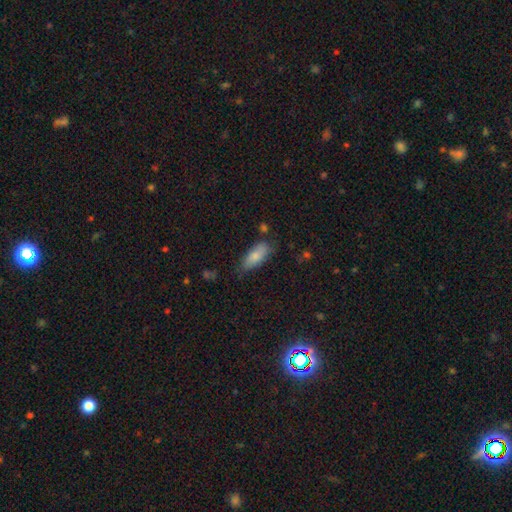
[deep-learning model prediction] A smooth galaxy with no disk features (81%) that is in between round and cigar-shaped (78%).

Vote fractions:
- Smooth or featured? smooth: 81% / featured or disk: 12% / star or artifact: 7%
- How rounded? in between: 78% / cigar-shaped: 20% / round: 2%
- Merging? none: 69% / minor disturbance: 22% / major disturbance: 5% / merger: 4%